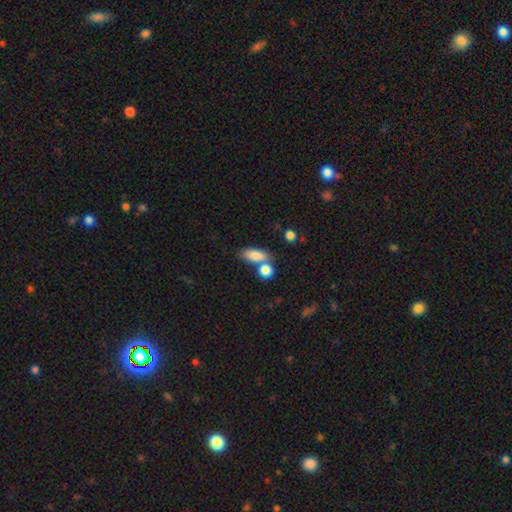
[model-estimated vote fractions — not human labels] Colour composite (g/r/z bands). It shows a smooth galaxy with no disk features (83%) that is in between round and cigar-shaped (77%). Merging: none (56%).